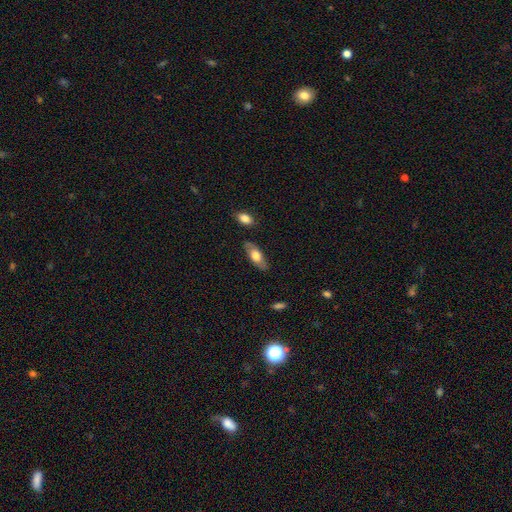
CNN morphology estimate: A smooth galaxy with no disk features (66%) that is in between round and cigar-shaped (79%). Merging: none (82%).